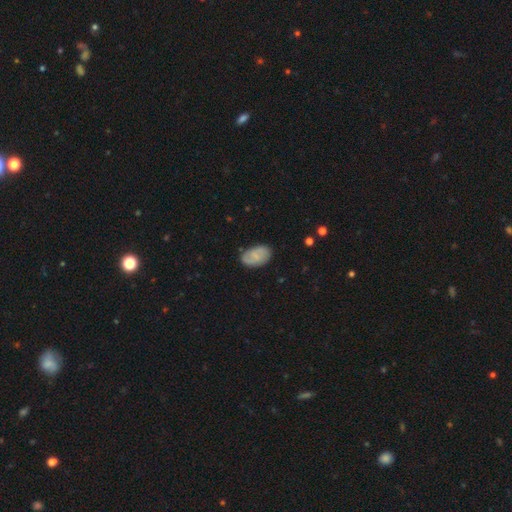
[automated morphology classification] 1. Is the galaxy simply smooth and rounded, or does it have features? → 58% smooth, 35% featured or disk, 7% star or artifact.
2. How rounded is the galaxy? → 92% in between, 6% round, 2% cigar-shaped.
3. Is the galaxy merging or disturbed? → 78% none, 17% minor disturbance, 4% major disturbance, 2% merger.